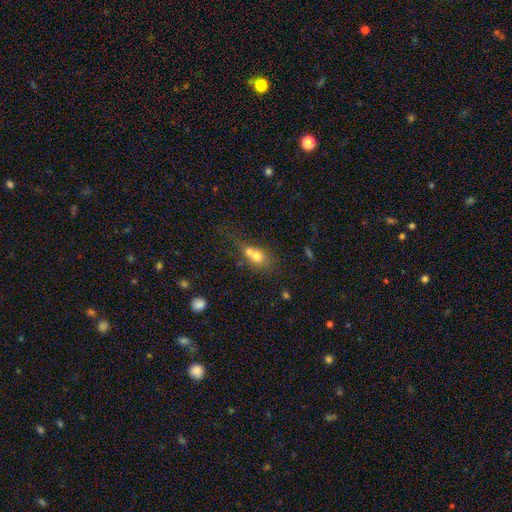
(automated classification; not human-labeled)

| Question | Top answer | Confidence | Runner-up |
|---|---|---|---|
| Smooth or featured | smooth | 67% | featured or disk (20%) |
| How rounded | round | 54% | in between (42%) |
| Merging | merger | 58% | none (25%) |